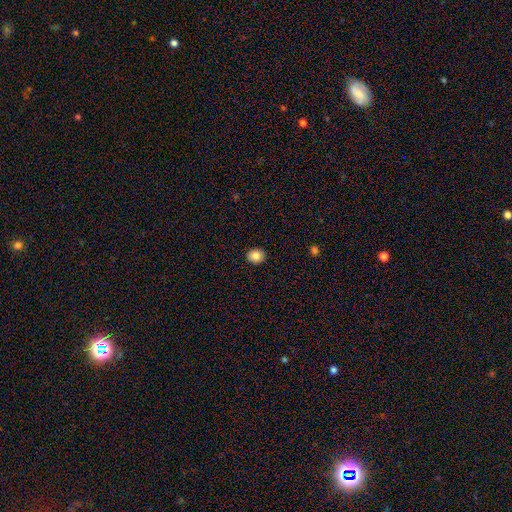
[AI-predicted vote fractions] A smooth galaxy with no disk features (85%) that is round (66%). Merging: none (91%).